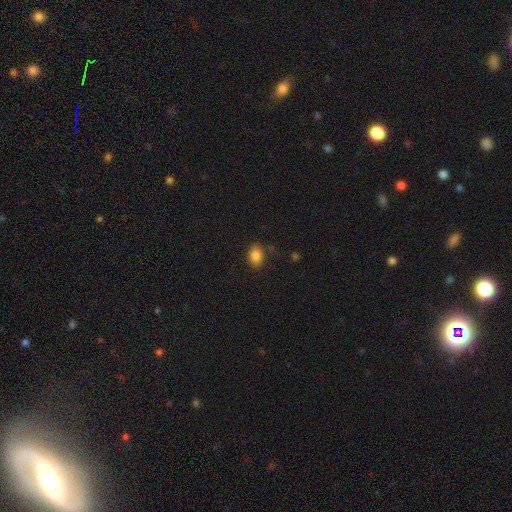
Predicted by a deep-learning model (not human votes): smooth-or-featured: smooth: 85% | star or artifact: 10% | featured or disk: 5%
  how-rounded: in between: 79% | round: 20% | cigar-shaped: 1%
  merging: none: 84% | minor disturbance: 12% | major disturbance: 3% | merger: 2%